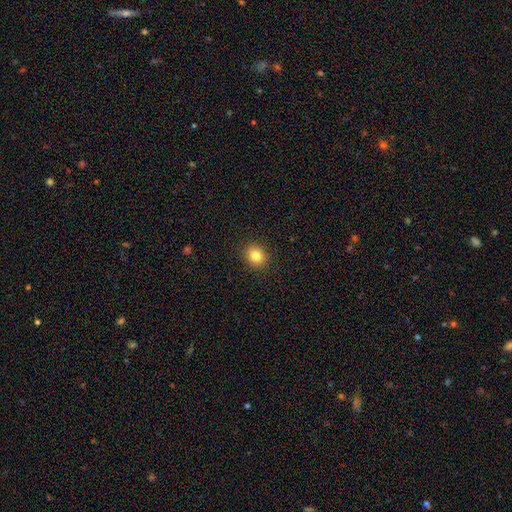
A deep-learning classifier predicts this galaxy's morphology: Overall: smooth (82%). How rounded: round (72%). Merging: none (91%).